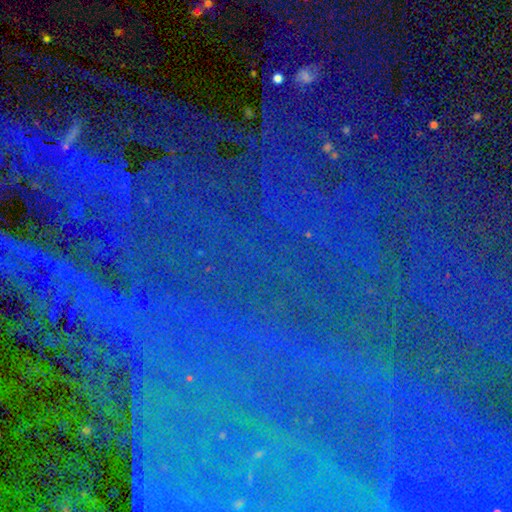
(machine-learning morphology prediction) The model was most divided on "smooth or featured": star or artifact: 85%, featured or disk: 8%, smooth: 7%.